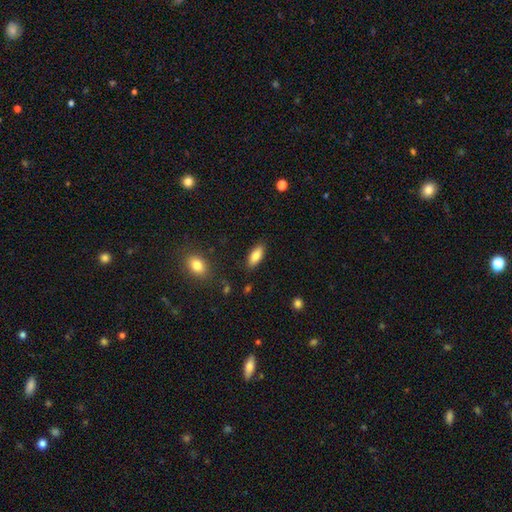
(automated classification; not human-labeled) smooth 82%, featured or disk 11%, star or artifact 7%. Down the decision tree: how rounded — in between (80%); merging — none (87%).